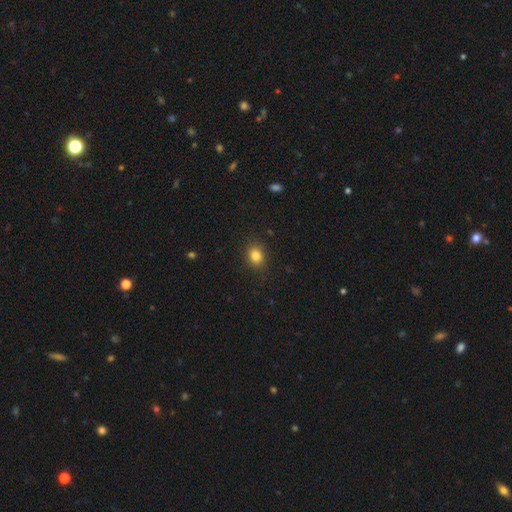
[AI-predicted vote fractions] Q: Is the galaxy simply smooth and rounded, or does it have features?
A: smooth — 83%.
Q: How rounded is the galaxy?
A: round — 58%.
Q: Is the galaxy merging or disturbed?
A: none — 86%.